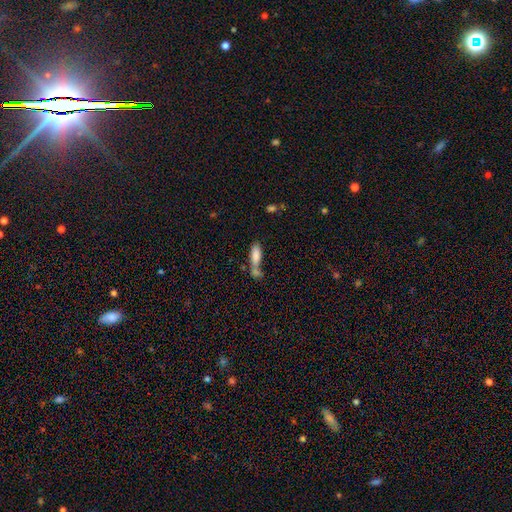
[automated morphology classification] A smooth galaxy with no disk features (81%) that is in between round and cigar-shaped (63%).

Vote fractions:
- Smooth or featured? smooth: 81% / featured or disk: 11% / star or artifact: 8%
- How rounded? in between: 63% / cigar-shaped: 34% / round: 2%
- Merging? merger: 45% / none: 33% / minor disturbance: 13% / major disturbance: 8%